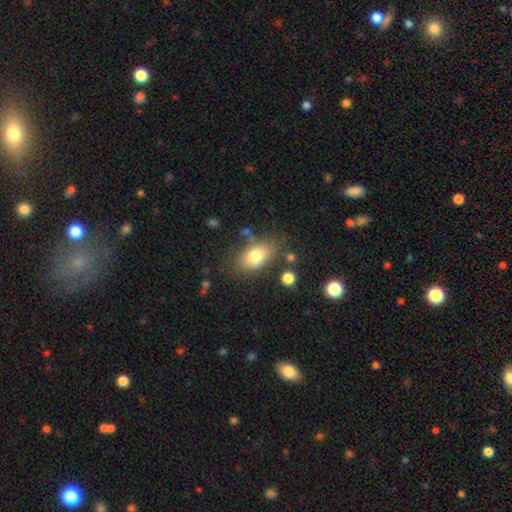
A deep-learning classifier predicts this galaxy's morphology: Overall: smooth (78%). How rounded: in between (85%). Merging: none (67%).